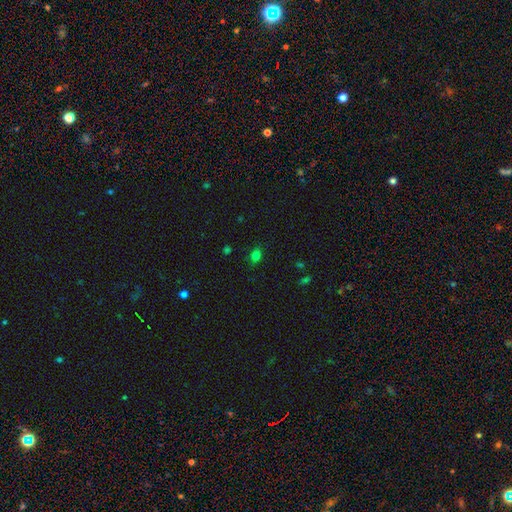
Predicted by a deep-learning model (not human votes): The model was most divided on "how rounded": in between: 62%, round: 36%, cigar-shaped: 2%. More confident: merging — none (81%); smooth or featured — smooth (75%).